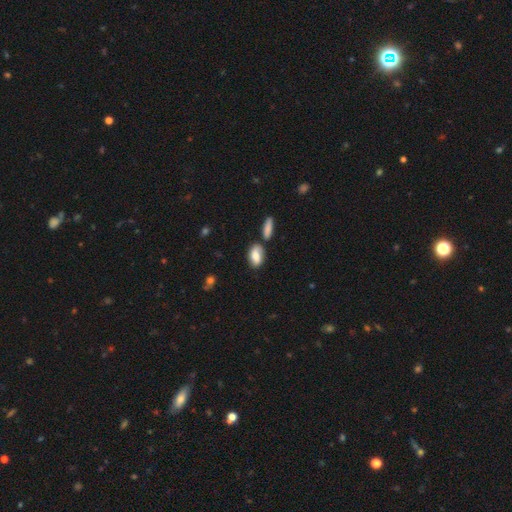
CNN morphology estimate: This appears to be a smooth galaxy with no disk features (71%) that is in between round and cigar-shaped (88%). Merging: none (64%).